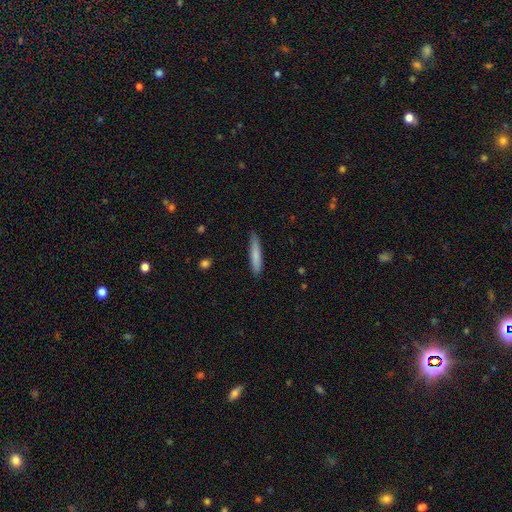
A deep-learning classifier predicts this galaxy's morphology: This appears to be a smooth galaxy with no disk features (79%) that is cigar-shaped (90%). Merging: none (84%).